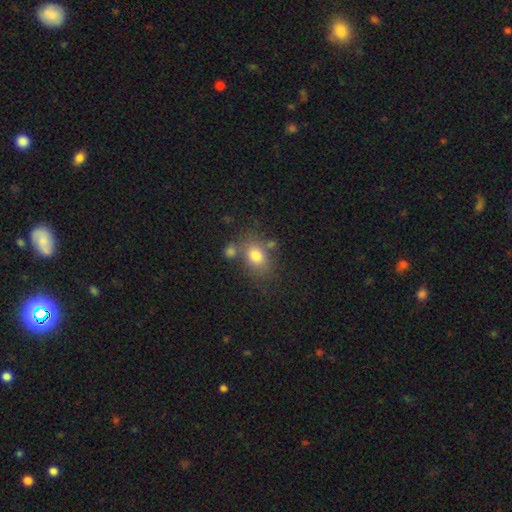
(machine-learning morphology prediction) Q: Smooth or featured?
A: smooth (77%); runner-up: featured or disk (12%)
Q: How rounded?
A: in between (61%); runner-up: round (38%)
Q: Merging?
A: none (60%); runner-up: merger (17%)